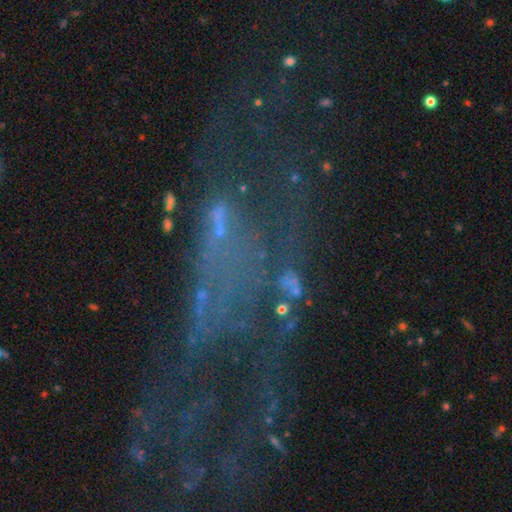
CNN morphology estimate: A featured or disk galaxy (49%). Merging: none (38%, tied with major disturbance).